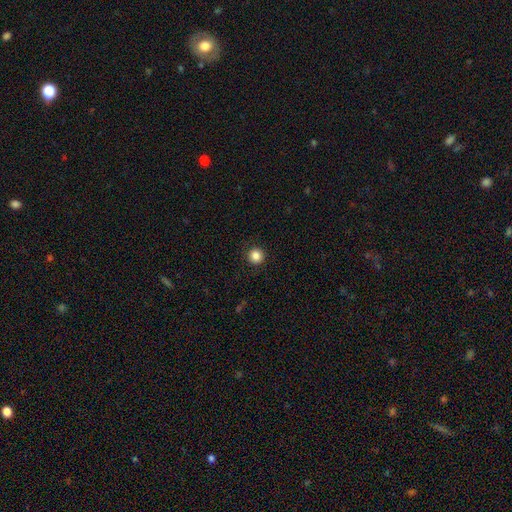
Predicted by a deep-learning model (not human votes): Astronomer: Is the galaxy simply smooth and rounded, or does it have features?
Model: smooth — 86%.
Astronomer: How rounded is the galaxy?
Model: round — 95%.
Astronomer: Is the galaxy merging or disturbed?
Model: none — 92%.